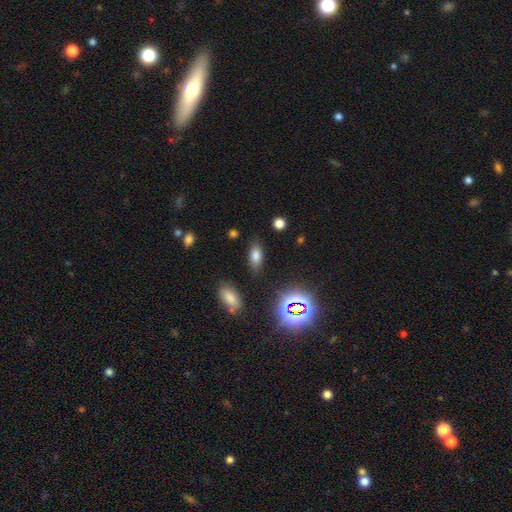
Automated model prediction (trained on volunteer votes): smooth-or-featured: smooth: 73% | star or artifact: 17% | featured or disk: 10%
  how-rounded: in between: 84% | cigar-shaped: 10% | round: 6%
  merging: none: 81% | minor disturbance: 13% | major disturbance: 4% | merger: 3%